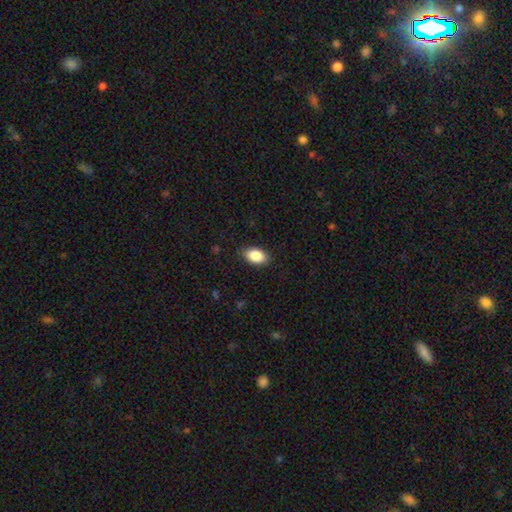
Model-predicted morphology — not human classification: smooth 88%, star or artifact 7%, featured or disk 5%. Down the decision tree: how rounded — in between (91%); merging — none (87%).